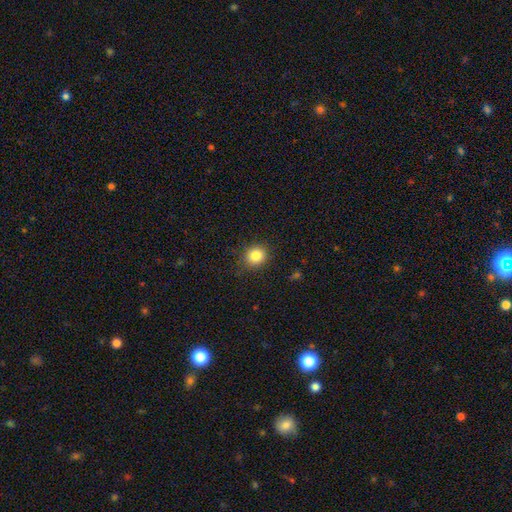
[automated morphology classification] A smooth galaxy with no disk features (84%) that is round (85%).

Vote fractions:
- Smooth or featured? smooth: 84% / star or artifact: 11% / featured or disk: 6%
- How rounded? round: 85% / in between: 14% / cigar-shaped: 1%
- Merging? none: 87% / minor disturbance: 9% / major disturbance: 3% / merger: 1%